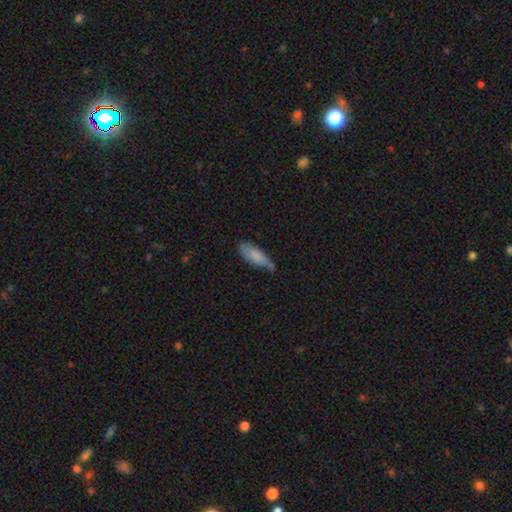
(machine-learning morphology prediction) Smooth or featured? Predicted: smooth (p=0.77). How rounded? Predicted: in between (p=0.66). Merging? Predicted: none (p=0.48).